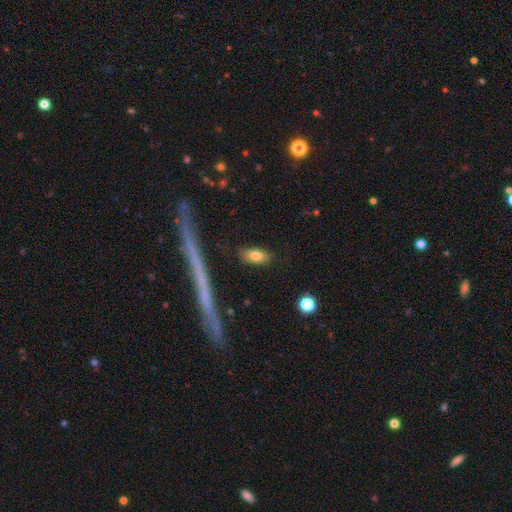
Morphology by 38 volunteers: A smooth galaxy with no disk features (76%) that is in between round and cigar-shaped (100%).

Vote fractions:
- Smooth or featured? smooth: 76% / featured or disk: 16% / star or artifact: 8%
- How rounded? in between: 100% / round: 0% / cigar-shaped: 0%
- Merging? none: 77% / minor disturbance: 17% / major disturbance: 3% / merger: 3%